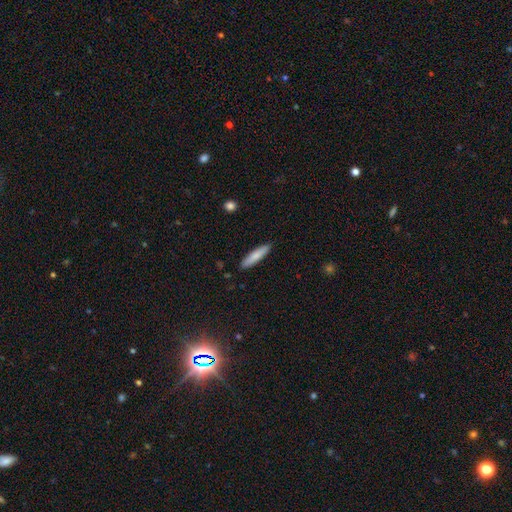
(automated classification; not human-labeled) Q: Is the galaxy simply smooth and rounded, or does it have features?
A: smooth — 79%.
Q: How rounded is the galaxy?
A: cigar-shaped — 79%.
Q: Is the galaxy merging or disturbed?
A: none — 89%.